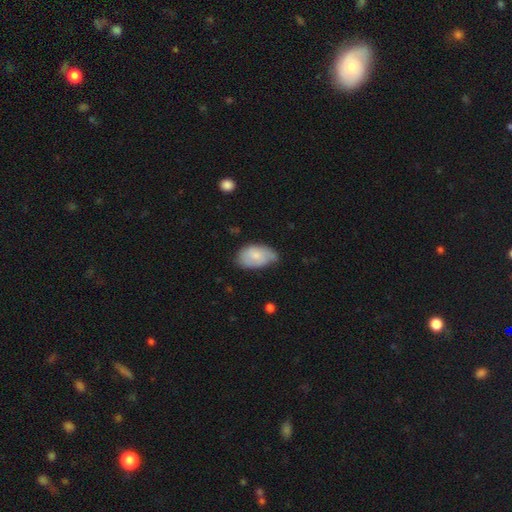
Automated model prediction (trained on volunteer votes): smooth-or-featured: smooth: 72% | featured or disk: 22% | star or artifact: 6%
  how-rounded: in between: 93% | round: 6% | cigar-shaped: 1%
  merging: none: 48% | minor disturbance: 41% | major disturbance: 9% | merger: 2%